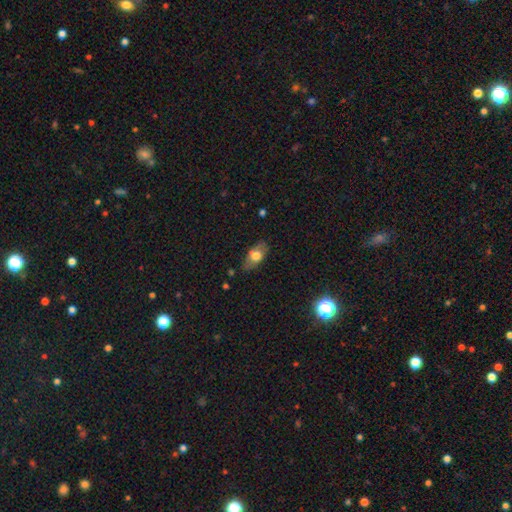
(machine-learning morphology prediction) smooth_or_featured: smooth (p=0.64) [alt: featured or disk p=0.28]
how_rounded: in between (p=0.86) [alt: cigar-shaped p=0.07]
merging: none (p=0.76) [alt: minor disturbance p=0.18]